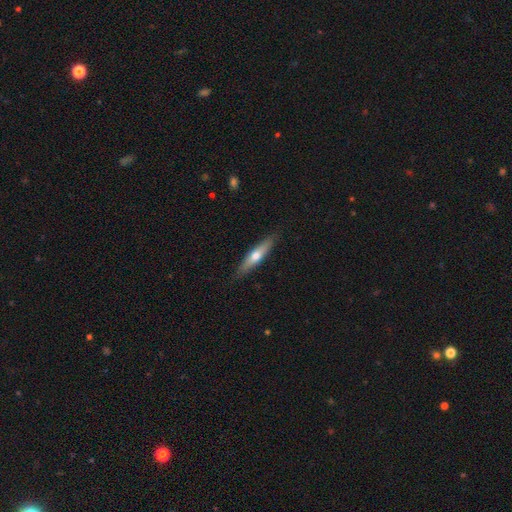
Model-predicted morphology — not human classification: Overall: smooth (52%; featured or disk 43%). How rounded: cigar-shaped (79%). Merging: none (87%).